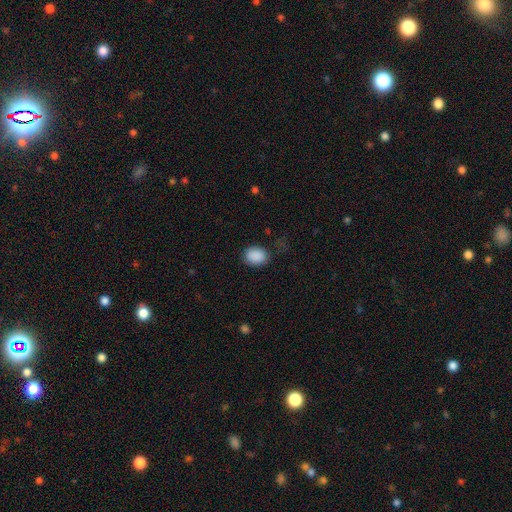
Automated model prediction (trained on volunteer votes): Smooth or featured?
  - smooth: 89% *
  - star or artifact: 8%
  - featured or disk: 3%
How rounded?
  - in between: 61% *
  - round: 38%
  - cigar-shaped: 1%
Merging?
  - none: 76% *
  - minor disturbance: 17%
  - major disturbance: 6%
  - merger: 2%